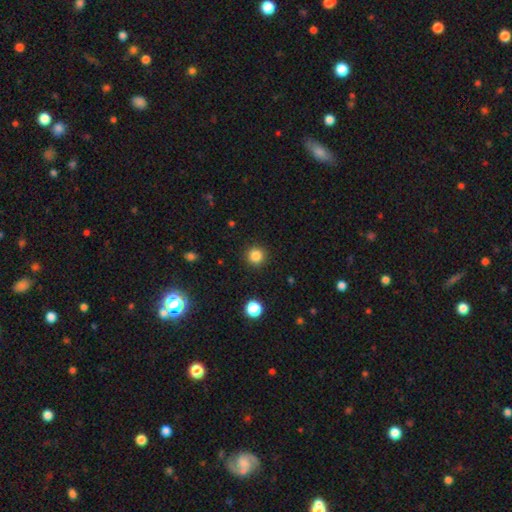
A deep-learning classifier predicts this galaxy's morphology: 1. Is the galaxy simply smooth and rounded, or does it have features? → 84% smooth, 12% star or artifact, 4% featured or disk.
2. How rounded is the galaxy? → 95% round, 4% in between, 1% cigar-shaped.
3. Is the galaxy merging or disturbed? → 92% none, 5% minor disturbance, 2% major disturbance, 1% merger.